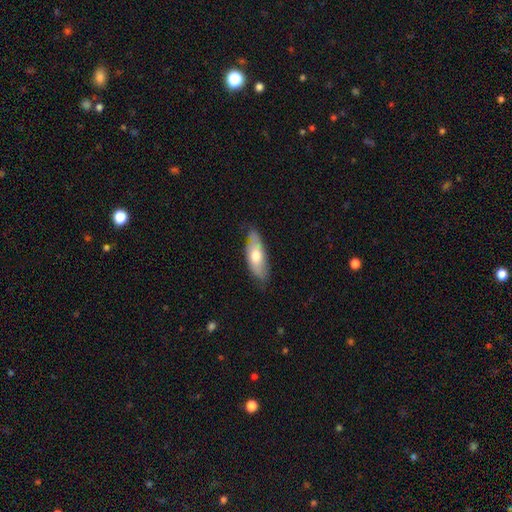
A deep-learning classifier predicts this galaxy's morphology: The model was most divided on "smooth or featured": smooth: 62%, featured or disk: 32%, star or artifact: 6%. More confident: how rounded — in between (71%); merging — none (66%).